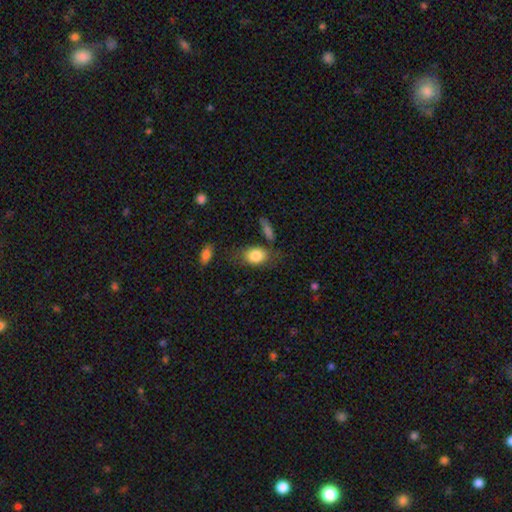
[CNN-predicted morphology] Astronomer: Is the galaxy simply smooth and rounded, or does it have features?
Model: smooth — 83%.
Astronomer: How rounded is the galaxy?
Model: in between — 80%.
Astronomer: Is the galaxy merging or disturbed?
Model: none — 62%.